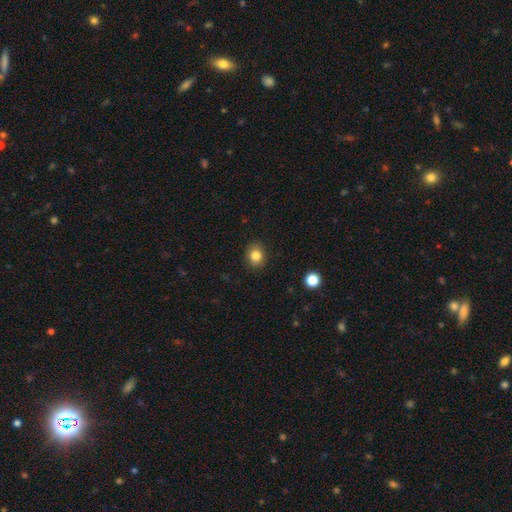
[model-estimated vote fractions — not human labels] Smooth or featured? smooth (83%)
How rounded? round (65%)
Merging? none (89%)